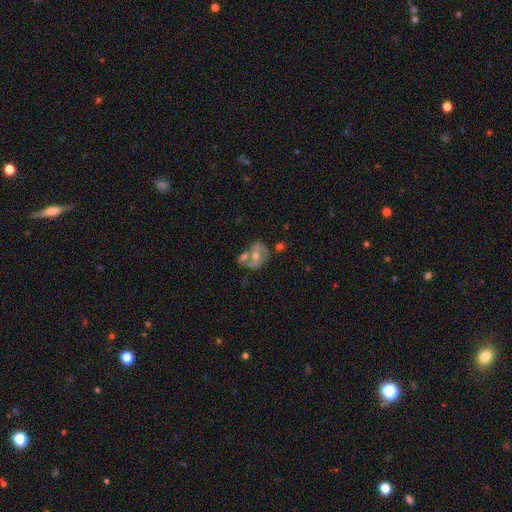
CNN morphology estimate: Smooth or featured?
  - featured or disk: 66% *
  - smooth: 24%
  - star or artifact: 9%
Edge-on disk?
  - no: 96% *
  - yes: 4%
Bar?
  - no: 46% *
  - weak: 35%
  - strong: 19%
Spiral arms?
  - yes: 64% *
  - no: 36%
Bulge size?
  - moderate: 67% *
  - small: 27%
  - large: 3%
  - none: 2%
  - dominant: 1%
Merging?
  - none: 45% *
  - merger: 30%
  - minor disturbance: 16%
  - major disturbance: 9%